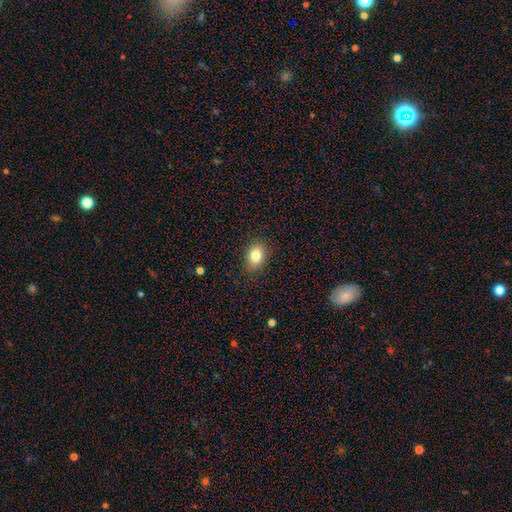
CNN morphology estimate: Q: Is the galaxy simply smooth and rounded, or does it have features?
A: smooth — 82%.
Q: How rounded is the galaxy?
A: in between — 74%.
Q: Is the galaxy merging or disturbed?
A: none — 87%.